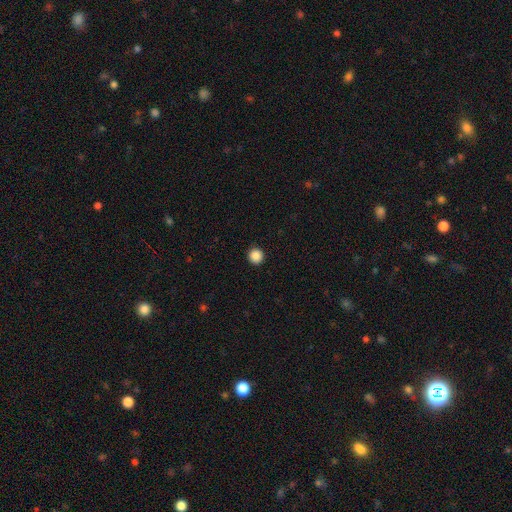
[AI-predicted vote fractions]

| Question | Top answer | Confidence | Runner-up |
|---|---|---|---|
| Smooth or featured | smooth | 87% | star or artifact (10%) |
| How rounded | round | 96% | in between (3%) |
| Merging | none | 94% | minor disturbance (4%) |